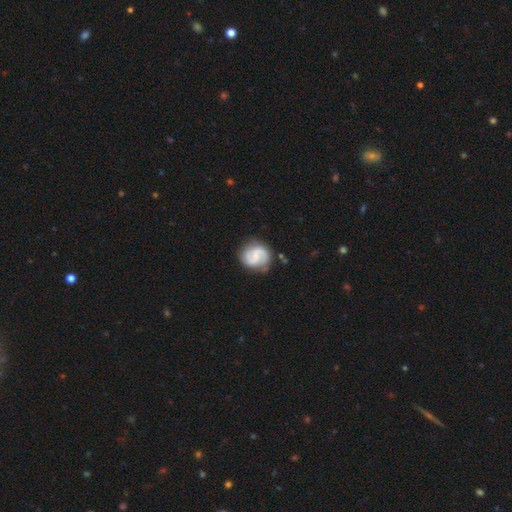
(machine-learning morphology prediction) Smooth or featured?
  - featured or disk: 72% *
  - smooth: 22%
  - star or artifact: 6%
Edge-on disk?
  - no: 98% *
  - yes: 2%
Bar?
  - weak: 48% *
  - no: 39%
  - strong: 13%
Spiral arms?
  - yes: 94% *
  - no: 6%
Spiral winding?
  - medium: 48% *
  - tight: 30%
  - loose: 22%
Spiral arm count?
  - 2: 86% *
  - can't tell: 6%
  - 1: 3%
  - 3: 2%
  - 4: 1%
  - more than 4: 1%
Bulge size?
  - small: 45% *
  - none: 33%
  - moderate: 18%
  - large: 2%
  - dominant: 1%
Merging?
  - none: 75% *
  - minor disturbance: 17%
  - major disturbance: 6%
  - merger: 2%